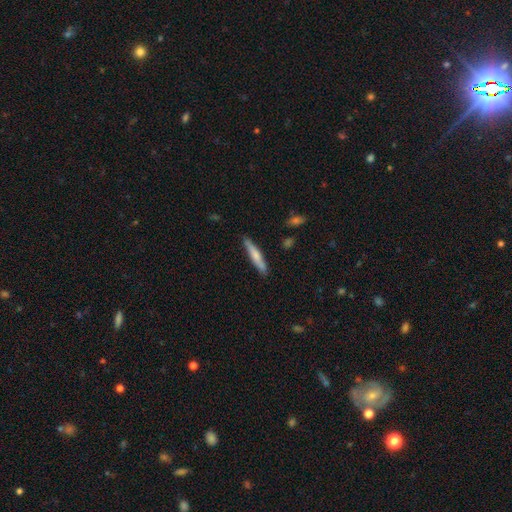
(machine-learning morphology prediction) smooth 66%, featured or disk 28%, star or artifact 5%. Down the decision tree: how rounded — cigar-shaped (92%); merging — none (84%).